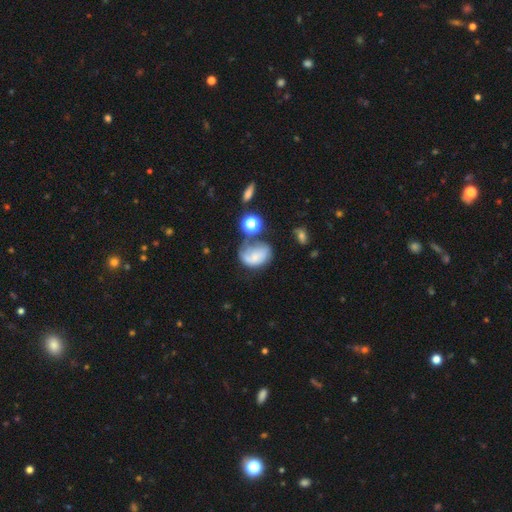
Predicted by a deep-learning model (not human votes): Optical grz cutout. It shows a smooth galaxy with no disk features (47%). Merging: none (31%).